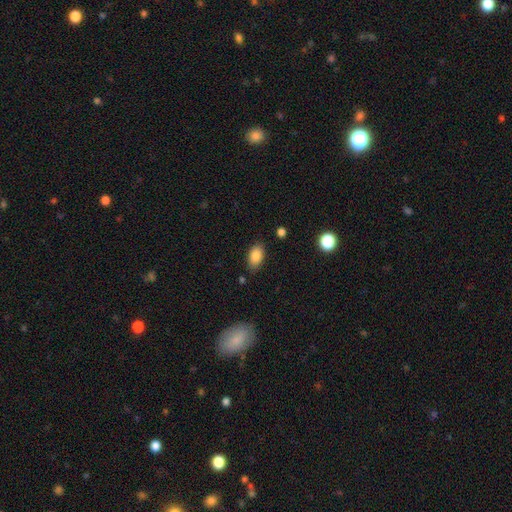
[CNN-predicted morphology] Smooth or featured?
  - smooth: 86% *
  - star or artifact: 8%
  - featured or disk: 6%
How rounded?
  - in between: 92% *
  - round: 6%
  - cigar-shaped: 3%
Merging?
  - none: 82% *
  - minor disturbance: 13%
  - major disturbance: 3%
  - merger: 2%